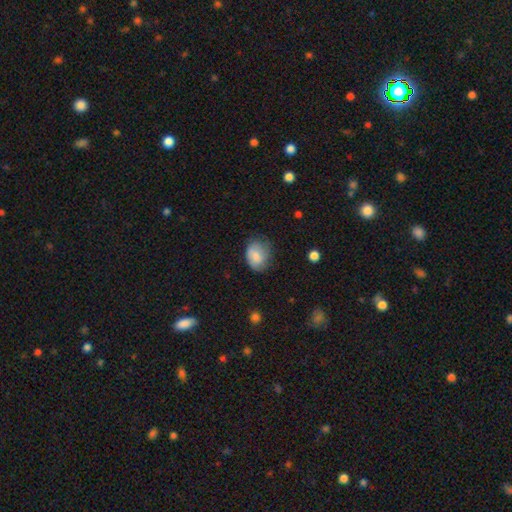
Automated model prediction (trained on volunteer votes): Morphology: type=smooth (80%); roundness=in between (60%); merging=none (55%).